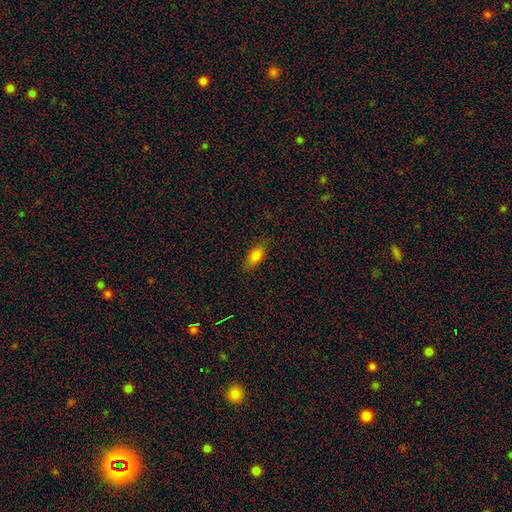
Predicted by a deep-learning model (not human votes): Morphology: type=smooth (82%); roundness=in between (86%); merging=none (82%).